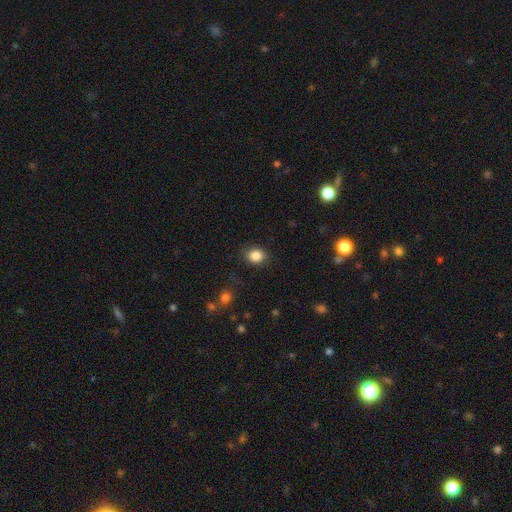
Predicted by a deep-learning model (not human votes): Smooth or featured? Predicted: smooth (p=0.86). How rounded? Predicted: round (p=0.55). Merging? Predicted: none (p=0.84).